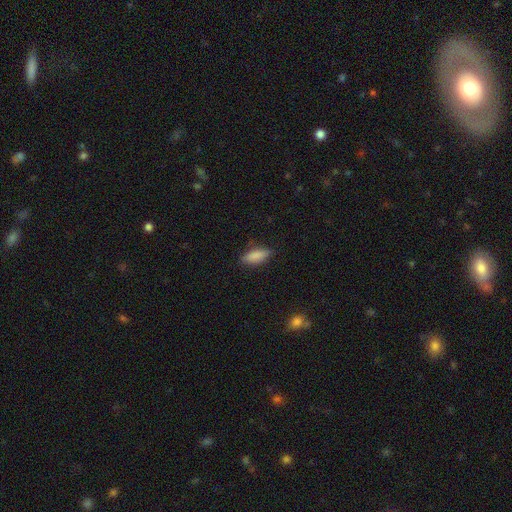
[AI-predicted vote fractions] This is clearly a smooth galaxy (86%). How rounded: likely in between (70%). Merging: clearly none (81%).